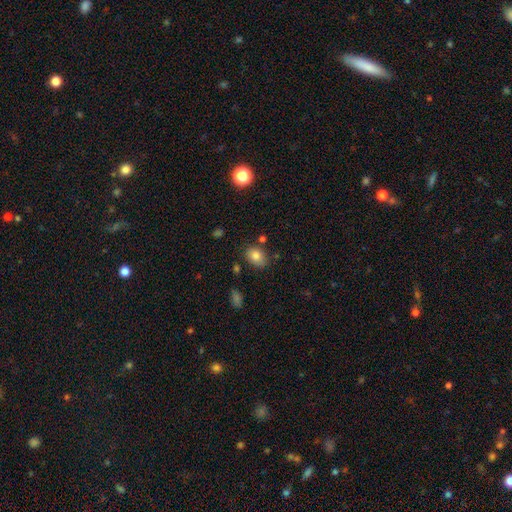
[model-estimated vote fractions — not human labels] Q: Smooth or featured?
A: smooth (81%); runner-up: star or artifact (10%)
Q: How rounded?
A: in between (72%); runner-up: round (27%)
Q: Merging?
A: none (78%); runner-up: minor disturbance (14%)